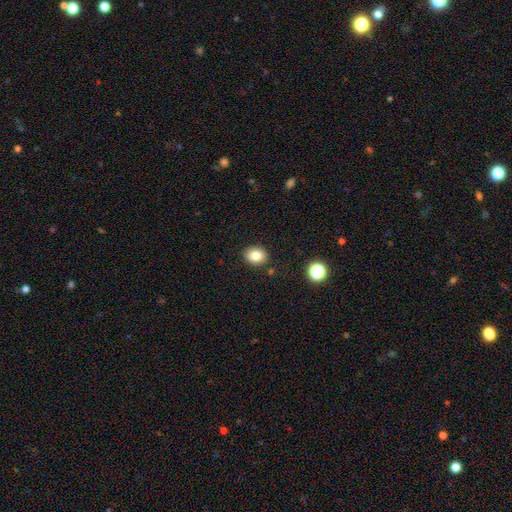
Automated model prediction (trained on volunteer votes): Q: Smooth or featured?
A: smooth (82%); runner-up: star or artifact (11%)
Q: How rounded?
A: round (54%); runner-up: in between (45%)
Q: Merging?
A: none (88%); runner-up: minor disturbance (8%)